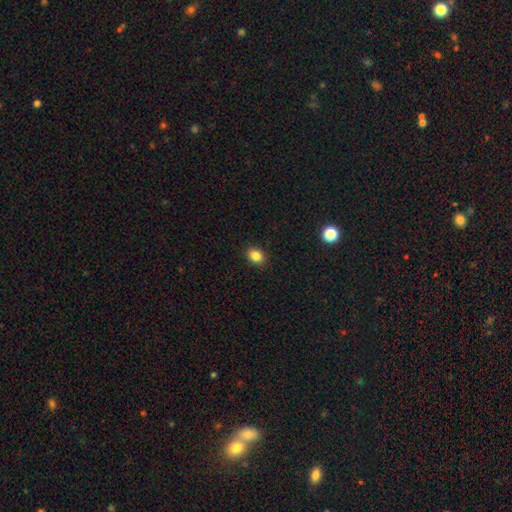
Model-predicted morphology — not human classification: Smooth or featured? Predicted: smooth (p=0.85). How rounded? Predicted: in between (p=0.58). Merging? Predicted: none (p=0.90).